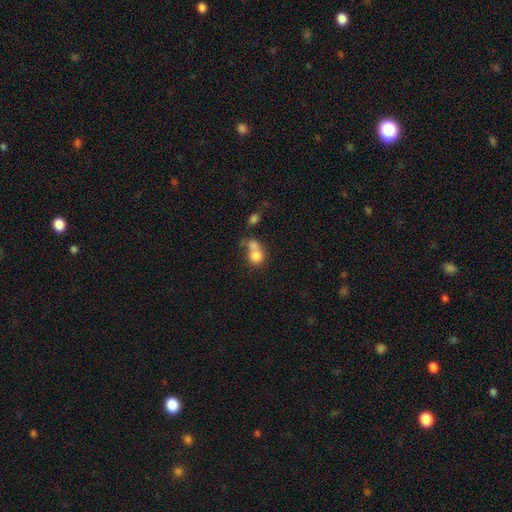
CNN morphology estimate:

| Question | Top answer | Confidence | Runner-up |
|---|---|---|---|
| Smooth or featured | smooth | 76% | featured or disk (14%) |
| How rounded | round | 72% | in between (27%) |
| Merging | merger | 58% | none (27%) |